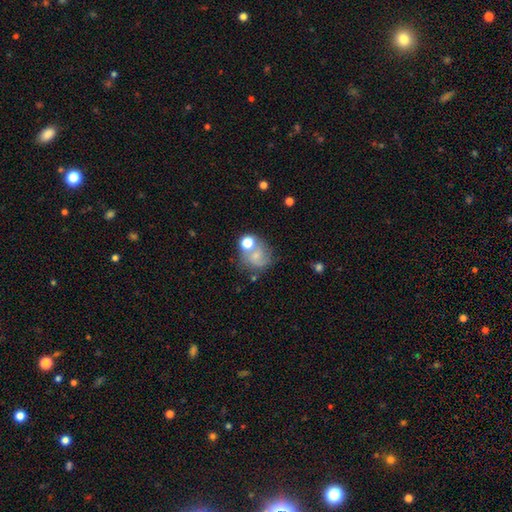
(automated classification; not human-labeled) smooth 57%, featured or disk 30%, star or artifact 13%. Down the decision tree: how rounded — round (74%); merging — none (44%).